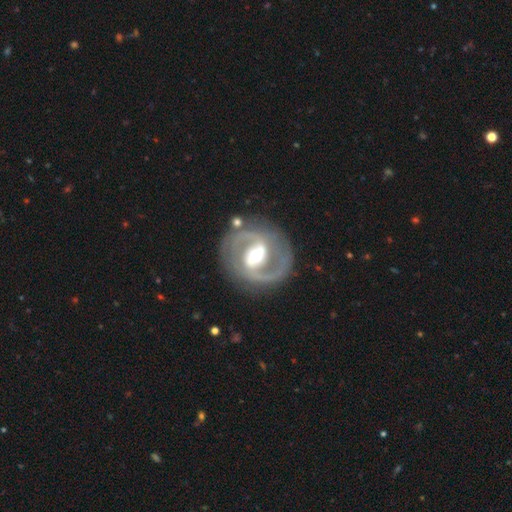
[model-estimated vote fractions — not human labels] smooth_or_featured: featured or disk (p=0.88) [alt: smooth p=0.07]
disk_edge_on: no (p=0.97) [alt: yes p=0.03]
bar: strong (p=0.43) [alt: weak p=0.40]
has_spiral_arms: yes (p=0.93) [alt: no p=0.07]
spiral_winding: medium (p=0.52) [alt: tight p=0.34]
spiral_arm_count: 2 (p=0.91) [alt: can't tell p=0.03]
bulge_size: moderate (p=0.68) [alt: small p=0.16]
merging: none (p=0.81) [alt: minor disturbance p=0.11]